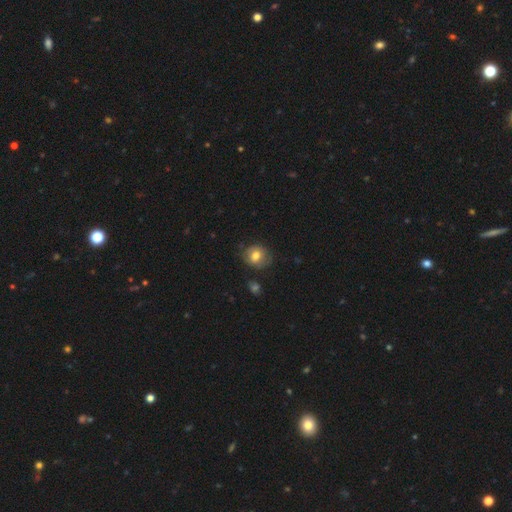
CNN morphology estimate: This appears to be a smooth galaxy with no disk features (74%) that is round (69%). Merging: none (73%).